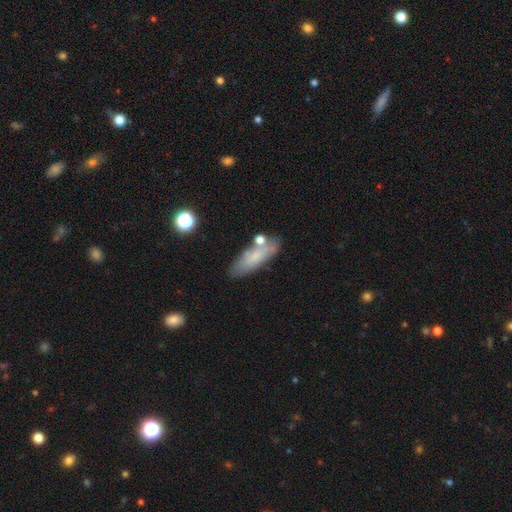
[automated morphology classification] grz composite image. It shows a smooth galaxy with no disk features (67%) that is in between round and cigar-shaped (55%). Merging: none (69%).